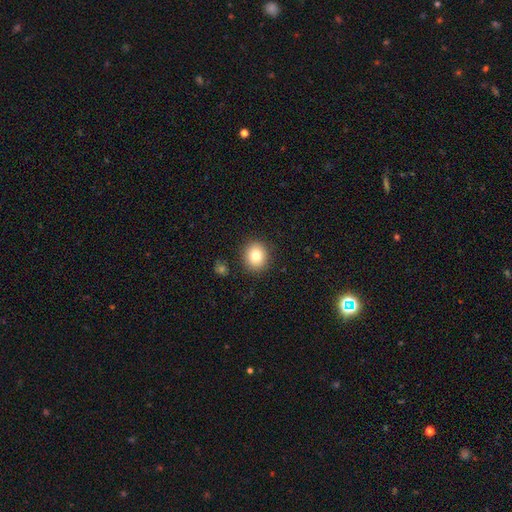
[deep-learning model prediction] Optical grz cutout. It shows a smooth galaxy with no disk features (79%) that is round (85%). Merging: none (89%).